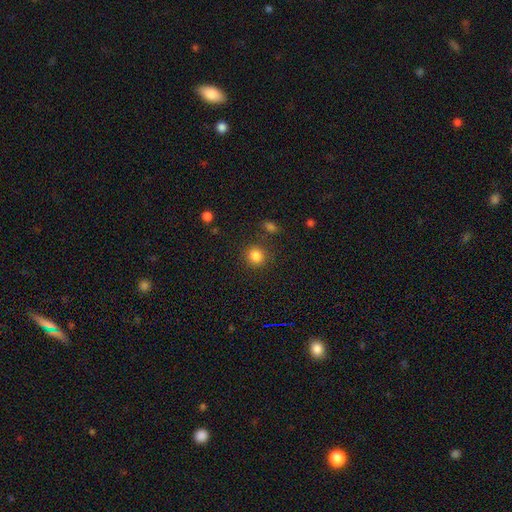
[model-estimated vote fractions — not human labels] The model was most divided on "smooth or featured": smooth: 84%, star or artifact: 12%, featured or disk: 4%. More confident: how rounded — round (88%); merging — none (84%).